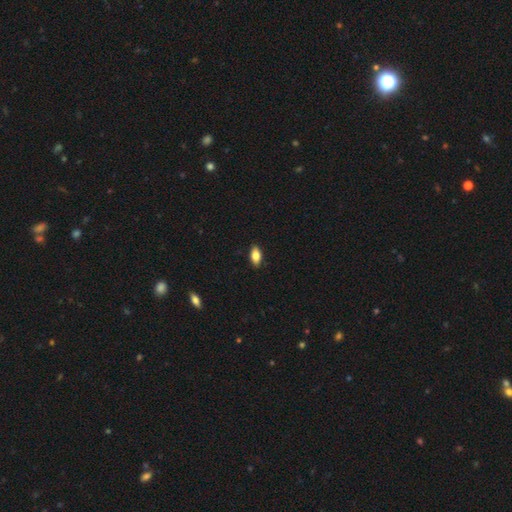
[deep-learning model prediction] smooth-or-featured: smooth: 81% | featured or disk: 12% | star or artifact: 7%
  how-rounded: in between: 90% | cigar-shaped: 6% | round: 4%
  merging: none: 89% | minor disturbance: 9% | major disturbance: 2% | merger: 1%